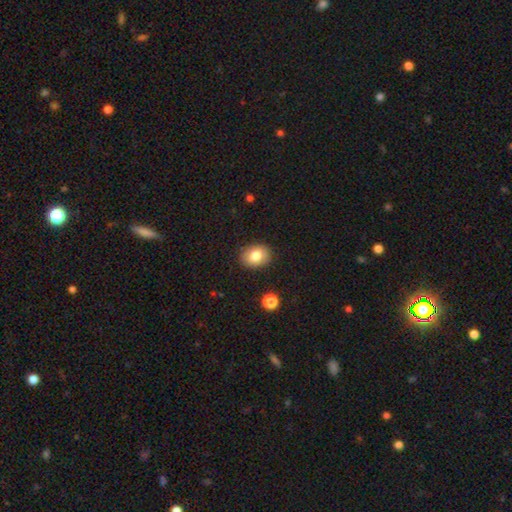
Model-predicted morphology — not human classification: A smooth galaxy with no disk features (80%) that is in between round and cigar-shaped (59%). Merging: none (88%).